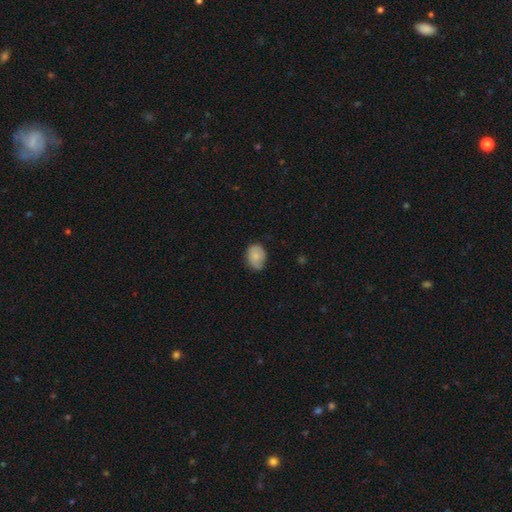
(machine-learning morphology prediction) This appears to be a smooth galaxy with no disk features (76%) that is in between round and cigar-shaped (58%). Merging: none (61%).